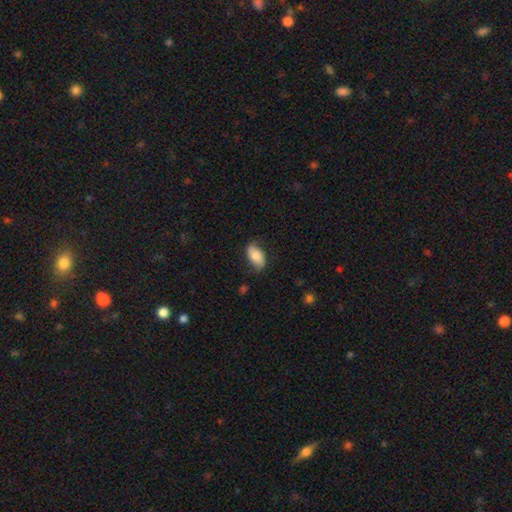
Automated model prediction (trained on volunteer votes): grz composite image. It shows a smooth galaxy with no disk features (69%) that is in between round and cigar-shaped (92%). Merging: none (69%).